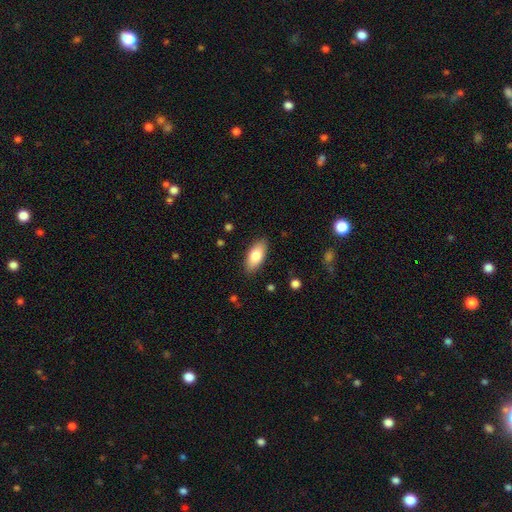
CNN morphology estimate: This appears to be a smooth galaxy with no disk features (80%) that is in between round and cigar-shaped (88%). Merging: none (87%).